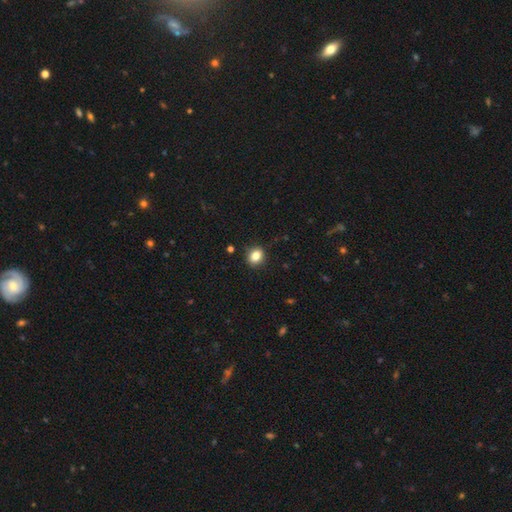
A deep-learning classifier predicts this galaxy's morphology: Q: Smooth or featured?
A: smooth (82%); runner-up: star or artifact (11%)
Q: How rounded?
A: round (62%); runner-up: in between (37%)
Q: Merging?
A: none (87%); runner-up: minor disturbance (9%)